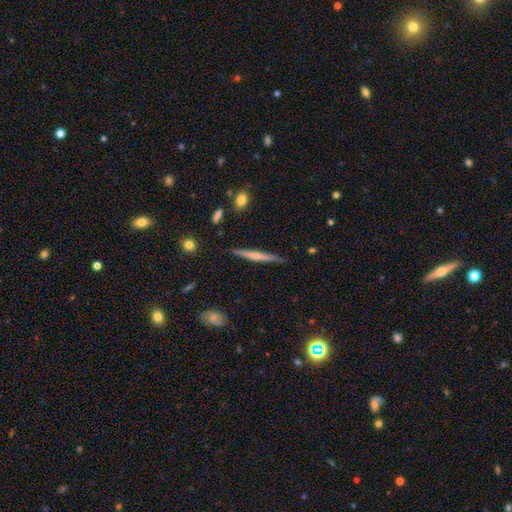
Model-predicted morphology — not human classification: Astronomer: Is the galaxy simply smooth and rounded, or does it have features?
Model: featured or disk — 50% (runner-up: smooth, 45%).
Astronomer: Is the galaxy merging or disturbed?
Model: none — 88%.